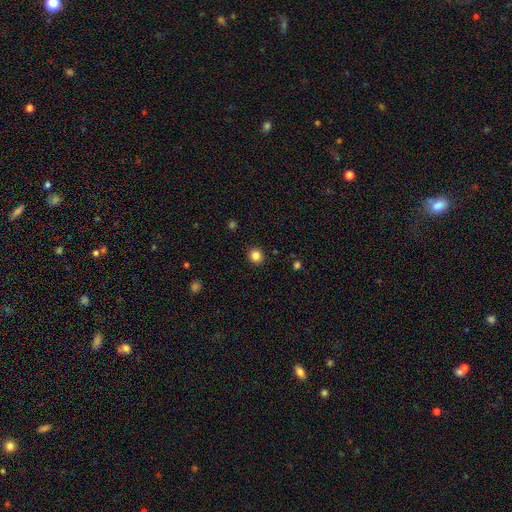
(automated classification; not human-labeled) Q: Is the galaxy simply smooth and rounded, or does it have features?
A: smooth — 84%.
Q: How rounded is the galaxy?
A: round — 91%.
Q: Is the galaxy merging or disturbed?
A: none — 92%.